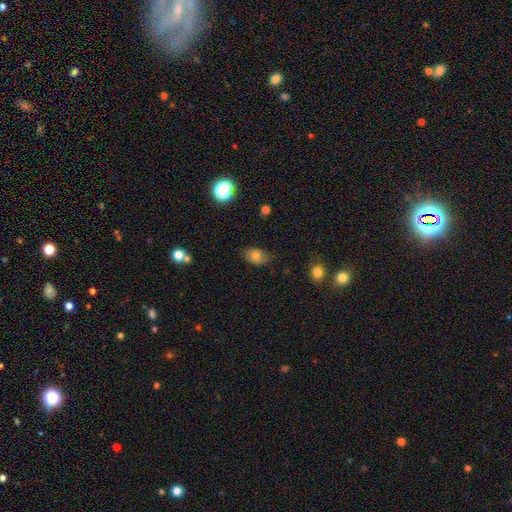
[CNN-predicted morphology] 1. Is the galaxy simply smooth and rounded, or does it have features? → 76% smooth, 14% featured or disk, 10% star or artifact.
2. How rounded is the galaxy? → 83% in between, 15% round, 1% cigar-shaped.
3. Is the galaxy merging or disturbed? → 69% none, 24% minor disturbance, 5% major disturbance, 2% merger.